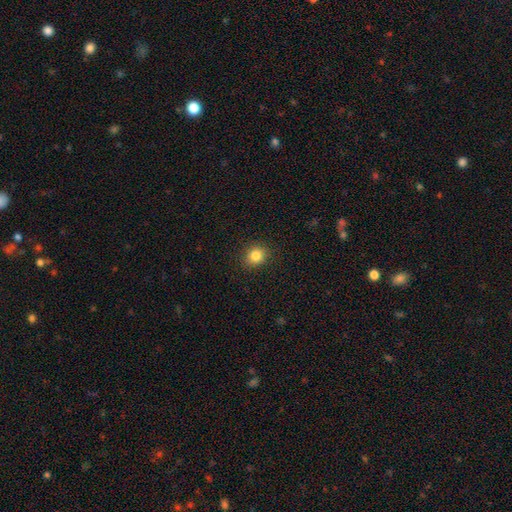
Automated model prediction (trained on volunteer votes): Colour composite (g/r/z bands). It shows a smooth galaxy with no disk features (83%) that is round (75%). Merging: none (90%).